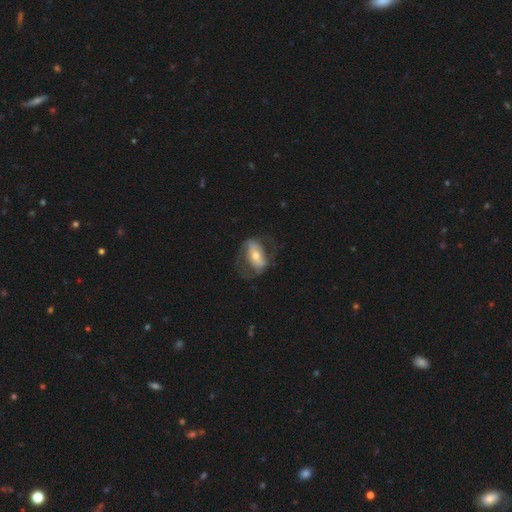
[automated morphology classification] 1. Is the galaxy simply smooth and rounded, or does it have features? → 66% featured or disk, 28% smooth, 6% star or artifact.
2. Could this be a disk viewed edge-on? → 92% no, 8% yes.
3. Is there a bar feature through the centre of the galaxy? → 45% strong, 29% no, 27% weak.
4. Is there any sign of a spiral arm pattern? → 66% yes, 34% no.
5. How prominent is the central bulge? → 59% moderate, 32% small, 7% large, 1% dominant, 1% none.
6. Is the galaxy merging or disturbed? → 59% none, 20% major disturbance, 19% minor disturbance, 2% merger.